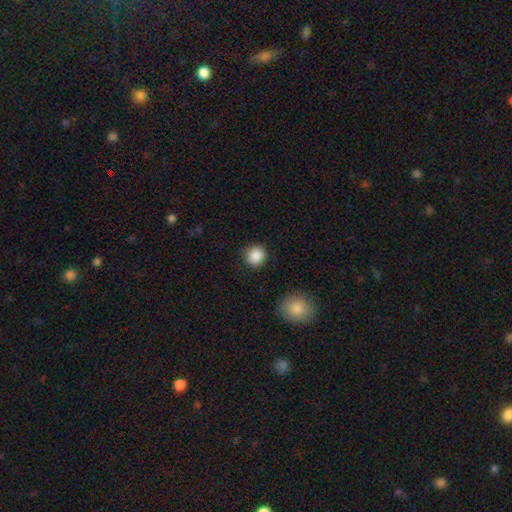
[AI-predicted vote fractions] A smooth galaxy with no disk features (88%) that is round (91%). Merging: none (88%).